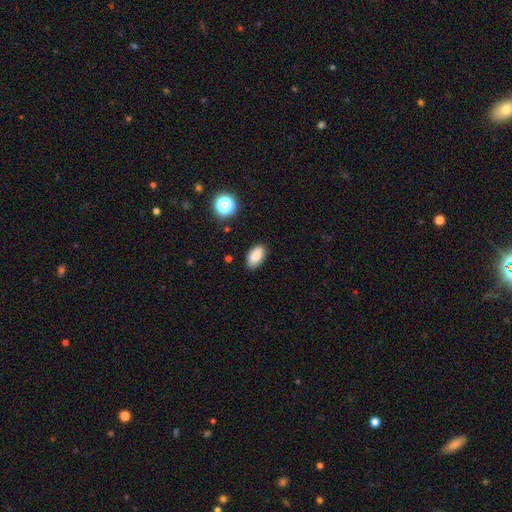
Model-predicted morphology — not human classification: Q: Smooth or featured?
A: smooth (87%); runner-up: star or artifact (9%)
Q: How rounded?
A: in between (93%); runner-up: round (5%)
Q: Merging?
A: none (85%); runner-up: minor disturbance (11%)